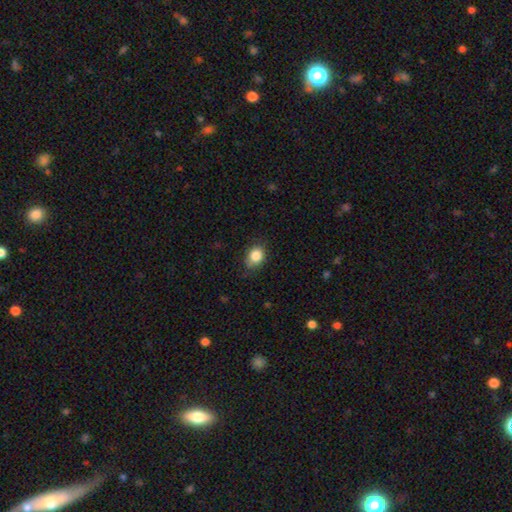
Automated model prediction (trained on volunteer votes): The model was most divided on "how rounded": in between: 55%, round: 44%, cigar-shaped: 1%. More confident: smooth or featured — smooth (85%); merging — none (75%).